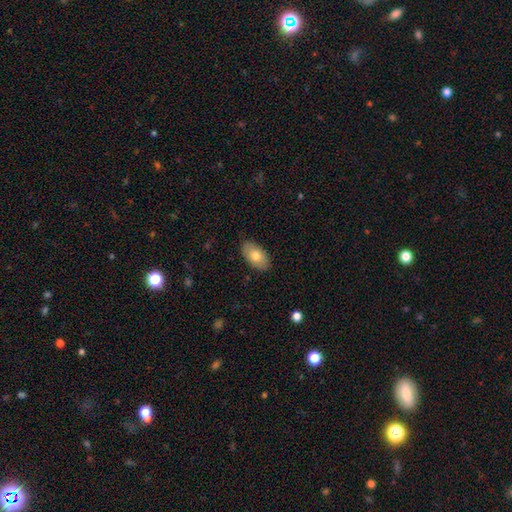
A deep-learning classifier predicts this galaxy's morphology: Overall: smooth (74%). How rounded: in between (94%). Merging: none (87%).